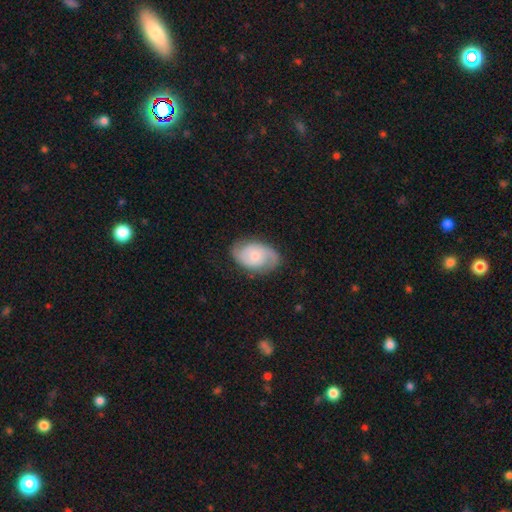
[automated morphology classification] Smooth or featured? Predicted: featured or disk (p=0.65). Edge-on disk? Predicted: no (p=0.96). Bar? Predicted: no (p=0.66). Spiral arms? Predicted: yes (p=0.91). Spiral winding? Predicted: medium (p=0.46). Spiral arm count? Predicted: 2 (p=0.84). Bulge size? Predicted: small (p=0.47). Merging? Predicted: none (p=0.78).